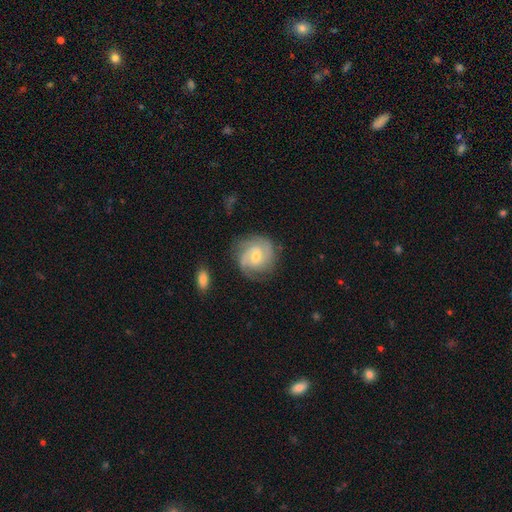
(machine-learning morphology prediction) type=featured or disk (82%); edge-on=no (98%); bar=no (47%); spiral arms=yes (96%); winding=tight (53%); arm count=2 (43%); bulge=small (48%); merging=none (76%).